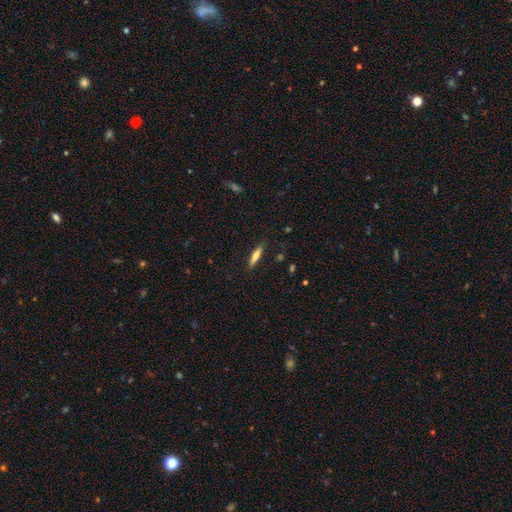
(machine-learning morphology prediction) A smooth galaxy with no disk features (55%) that is cigar-shaped (77%).

Vote fractions:
- Smooth or featured? smooth: 55% / featured or disk: 38% / star or artifact: 7%
- How rounded? cigar-shaped: 77% / in between: 21% / round: 2%
- Merging? none: 85% / minor disturbance: 11% / major disturbance: 3% / merger: 2%